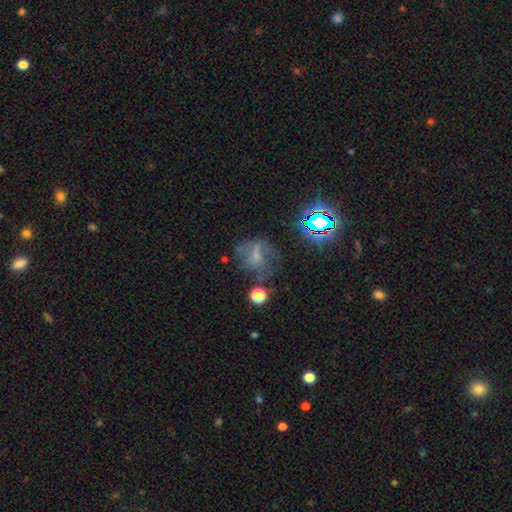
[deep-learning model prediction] Smooth or featured?
  - featured or disk: 38% *
  - smooth: 36%
  - star or artifact: 26%
Merging?
  - none: 47% *
  - major disturbance: 25%
  - minor disturbance: 23%
  - merger: 6%